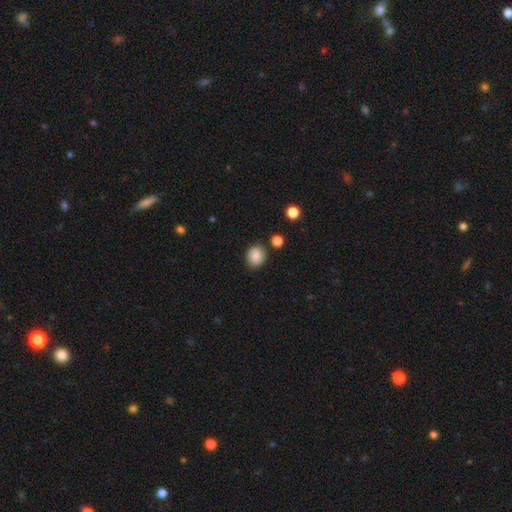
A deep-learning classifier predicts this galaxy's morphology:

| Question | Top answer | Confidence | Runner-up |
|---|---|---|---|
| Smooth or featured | smooth | 84% | star or artifact (9%) |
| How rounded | round | 66% | in between (33%) |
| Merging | none | 82% | minor disturbance (12%) |